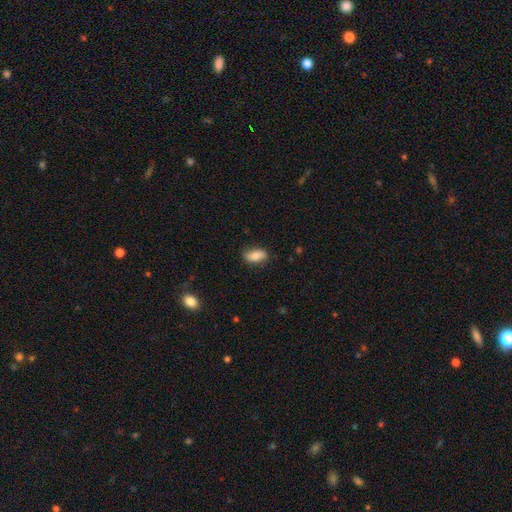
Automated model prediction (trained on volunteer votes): Smooth or featured?
  - smooth: 79% *
  - featured or disk: 14%
  - star or artifact: 7%
How rounded?
  - in between: 88% *
  - cigar-shaped: 7%
  - round: 5%
Merging?
  - none: 82% *
  - minor disturbance: 14%
  - major disturbance: 3%
  - merger: 1%